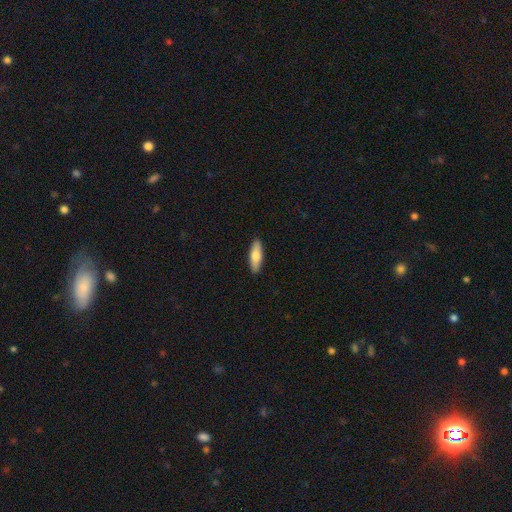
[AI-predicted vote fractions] smooth 75%, featured or disk 20%, star or artifact 5%. Down the decision tree: how rounded — cigar-shaped (50%); merging — none (90%).